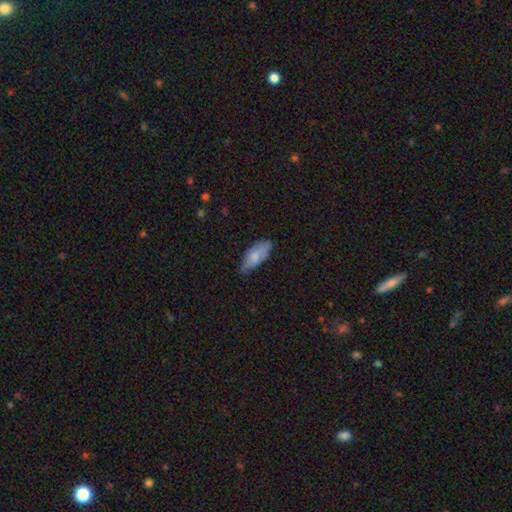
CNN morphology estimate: Overall: smooth (77%). How rounded: in between (83%). Merging: none (63%; minor disturbance 30%).